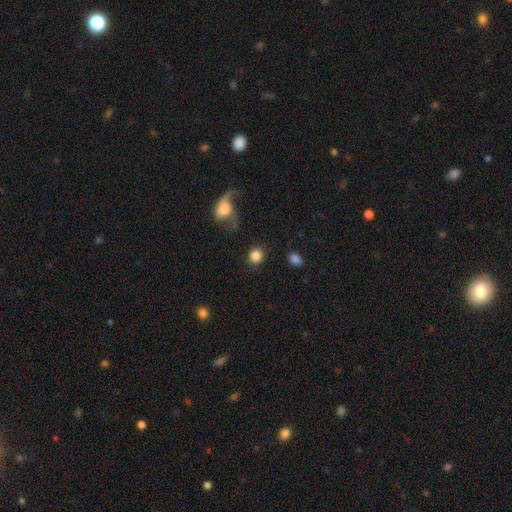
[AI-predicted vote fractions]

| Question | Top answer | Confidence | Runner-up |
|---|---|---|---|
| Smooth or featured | smooth | 85% | star or artifact (9%) |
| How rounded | round | 82% | in between (17%) |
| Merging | none | 84% | minor disturbance (8%) |